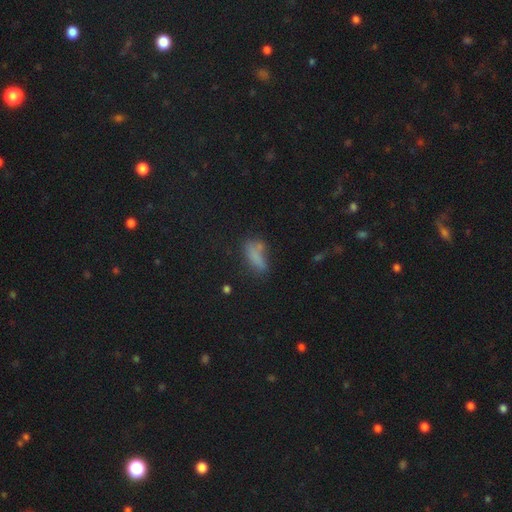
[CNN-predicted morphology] Smooth or featured? smooth (70%)
How rounded? in between (61%)
Merging? none (48%)